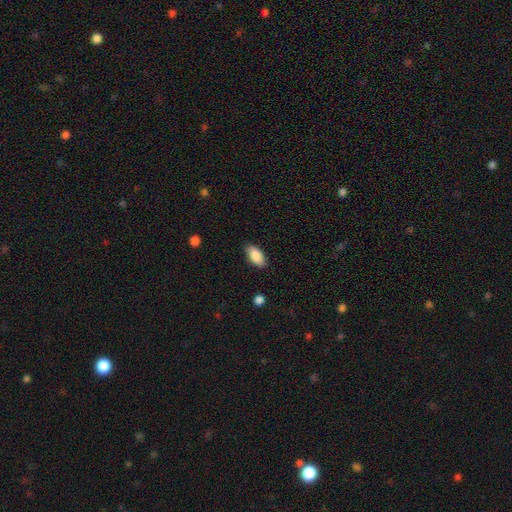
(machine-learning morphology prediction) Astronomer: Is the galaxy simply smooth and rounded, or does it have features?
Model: smooth — 87%.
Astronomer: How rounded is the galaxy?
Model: in between — 92%.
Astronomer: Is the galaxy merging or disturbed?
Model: none — 86%.